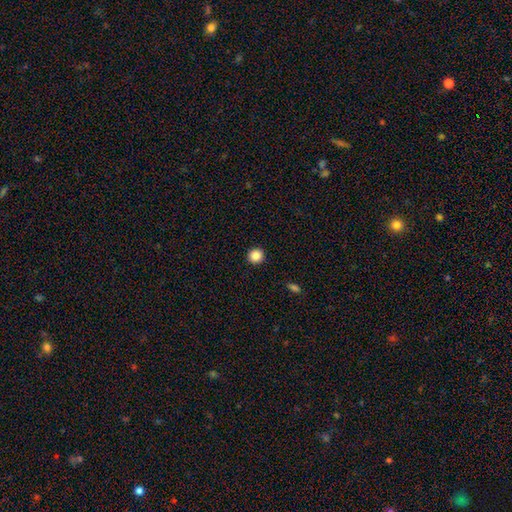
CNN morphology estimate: smooth 87%, star or artifact 10%, featured or disk 3%. Down the decision tree: how rounded — round (94%); merging — none (93%).